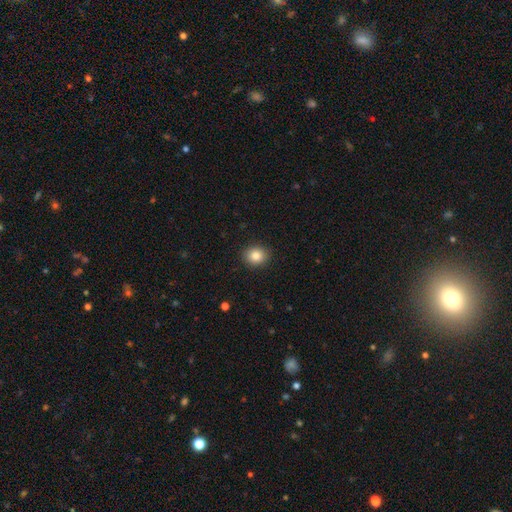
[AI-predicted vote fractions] Overall: smooth (84%). How rounded: round (73%). Merging: none (90%).